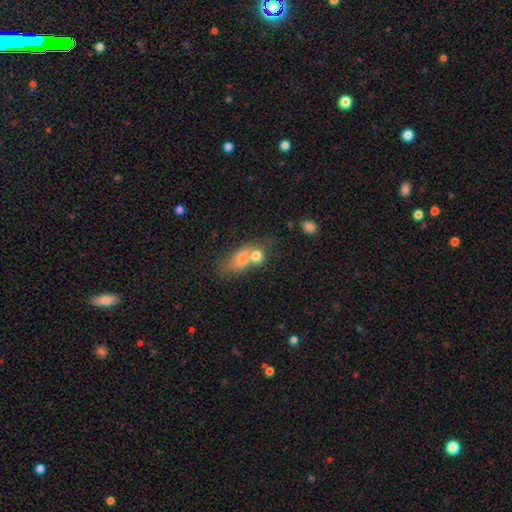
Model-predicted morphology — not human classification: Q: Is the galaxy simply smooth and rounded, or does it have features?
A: smooth — 70%.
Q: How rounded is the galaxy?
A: in between — 50%.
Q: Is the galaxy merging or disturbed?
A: merger — 50%.